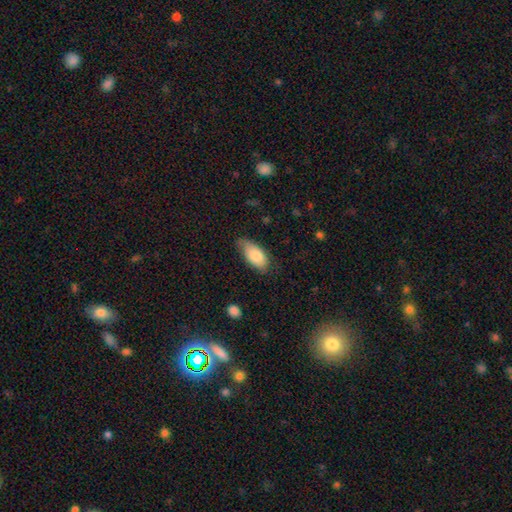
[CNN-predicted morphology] The model was most divided on "merging": none: 61%, minor disturbance: 31%, major disturbance: 7%, merger: 2%. More confident: how rounded — in between (92%); smooth or featured — smooth (84%).